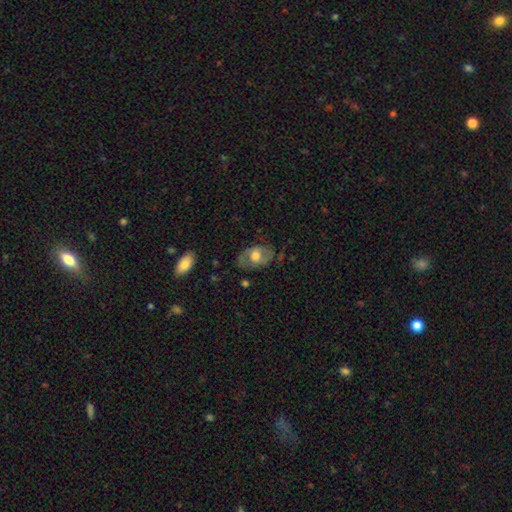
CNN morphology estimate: The model was most divided on "smooth or featured": featured or disk: 49%, smooth: 44%, star or artifact: 7%. More confident: merging — none (69%).